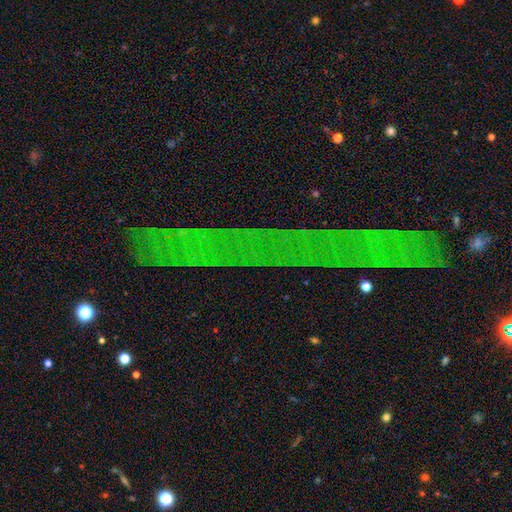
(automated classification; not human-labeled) This appears to be a star or artifact, not a galaxy (82%).